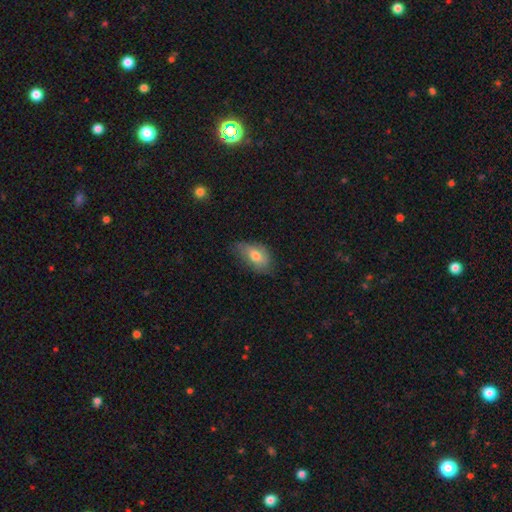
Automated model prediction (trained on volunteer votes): Smooth or featured? smooth (71%)
How rounded? in between (91%)
Merging? none (62%)